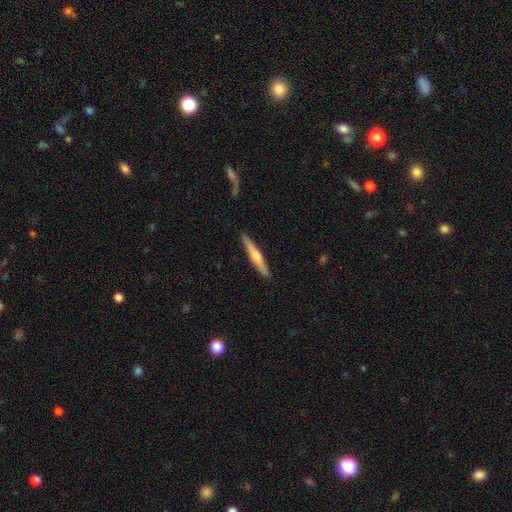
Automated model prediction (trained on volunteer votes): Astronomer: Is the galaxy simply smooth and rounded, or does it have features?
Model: featured or disk — 54% (runner-up: smooth, 40%).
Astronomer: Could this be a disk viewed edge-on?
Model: yes — 96%.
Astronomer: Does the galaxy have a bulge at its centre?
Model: rounded — 78%.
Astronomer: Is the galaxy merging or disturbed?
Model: none — 90%.